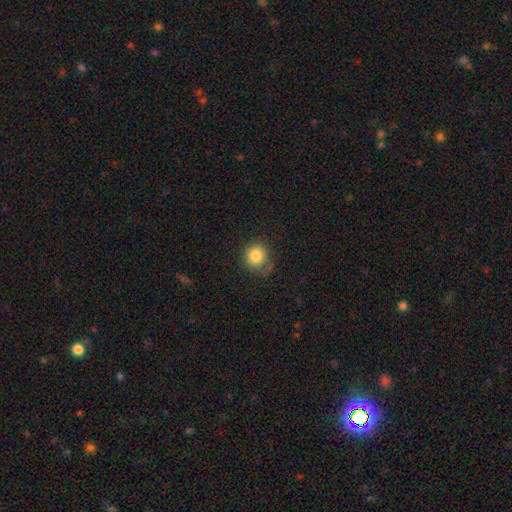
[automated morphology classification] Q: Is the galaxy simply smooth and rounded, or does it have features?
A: smooth — 83%.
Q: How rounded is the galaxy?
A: round — 85%.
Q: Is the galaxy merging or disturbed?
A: none — 70%.